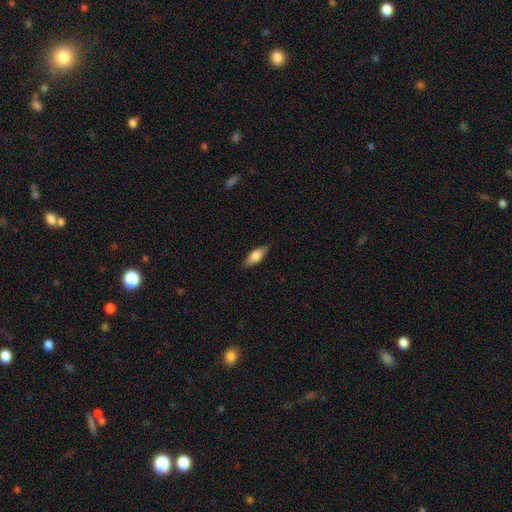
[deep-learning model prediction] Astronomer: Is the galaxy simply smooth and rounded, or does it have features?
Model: smooth — 73%.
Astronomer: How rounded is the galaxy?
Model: in between — 72%.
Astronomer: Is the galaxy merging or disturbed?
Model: none — 86%.